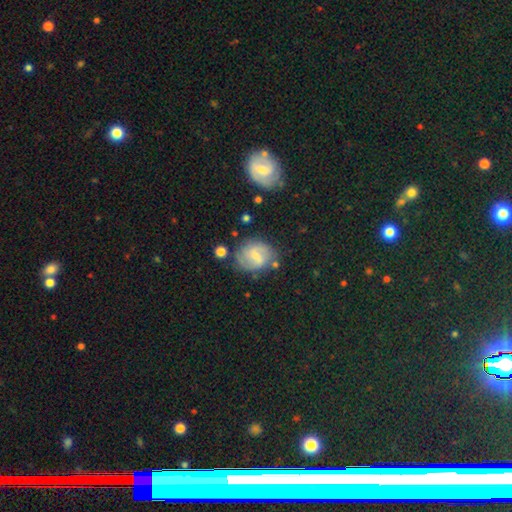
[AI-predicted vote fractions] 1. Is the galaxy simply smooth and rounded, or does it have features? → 61% featured or disk, 31% smooth, 8% star or artifact.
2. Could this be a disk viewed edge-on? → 97% no, 3% yes.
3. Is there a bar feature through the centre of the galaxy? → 59% weak, 24% no, 17% strong.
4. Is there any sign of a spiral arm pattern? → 85% yes, 15% no.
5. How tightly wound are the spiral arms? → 46% medium, 29% tight, 25% loose.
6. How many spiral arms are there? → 68% 2, 19% can't tell, 6% 3, 3% 1, 2% 4, 2% more than 4.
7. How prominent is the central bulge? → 62% small, 25% moderate, 10% none, 2% large, 1% dominant.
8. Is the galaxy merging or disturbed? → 67% none, 20% minor disturbance, 8% major disturbance, 5% merger.